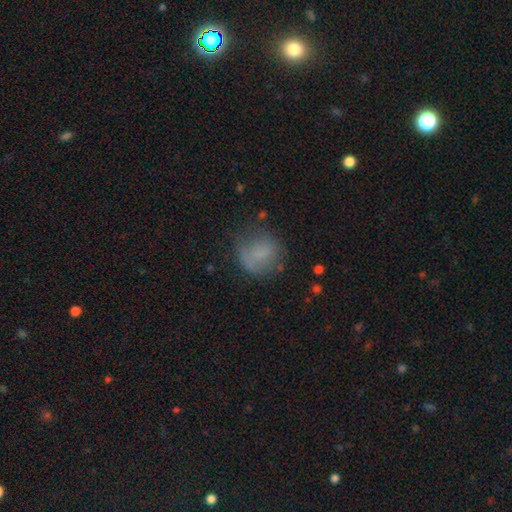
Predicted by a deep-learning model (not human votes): Overall: smooth (68%). How rounded: round (73%). Merging: none (58%; minor disturbance 25%).